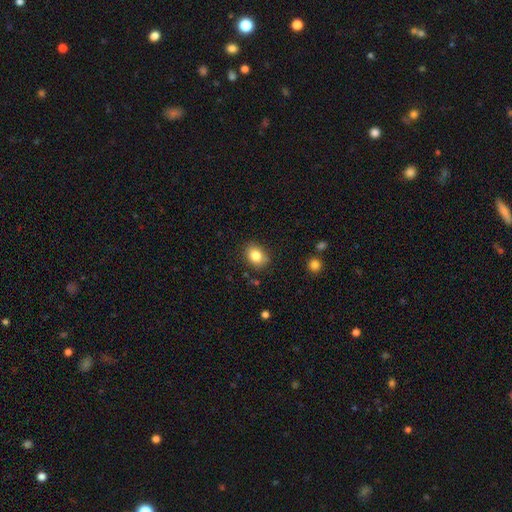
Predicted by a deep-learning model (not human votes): The model was most divided on "how rounded": in between: 53%, round: 46%, cigar-shaped: 1%. More confident: smooth or featured — smooth (84%); merging — none (82%).